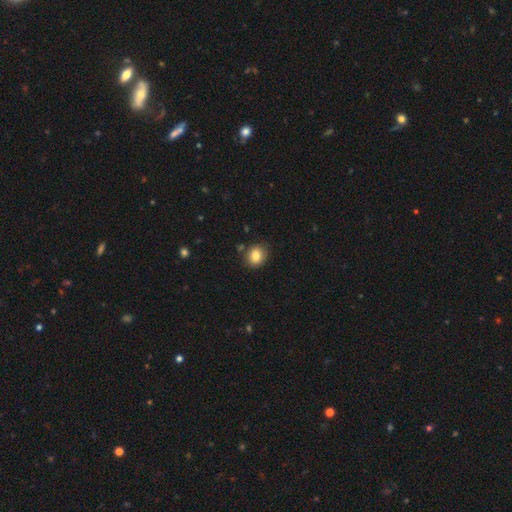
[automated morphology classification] smooth 84%, star or artifact 10%, featured or disk 7%. Down the decision tree: how rounded — round (68%); merging — none (84%).